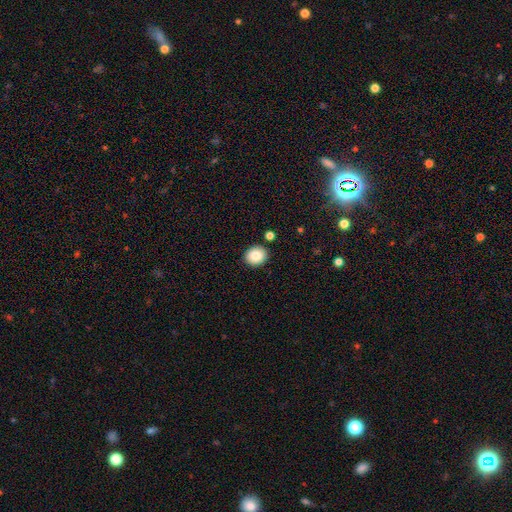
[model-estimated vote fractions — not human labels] smooth 87%, star or artifact 8%, featured or disk 5%. Down the decision tree: how rounded — round (71%); merging — none (88%).